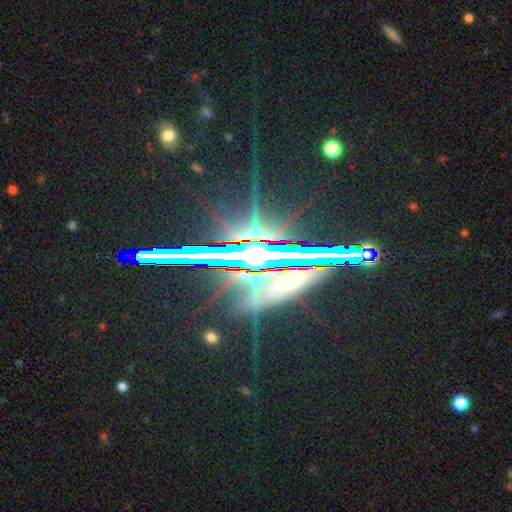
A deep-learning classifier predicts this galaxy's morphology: Q: Smooth or featured?
A: star or artifact (73%); runner-up: featured or disk (18%)